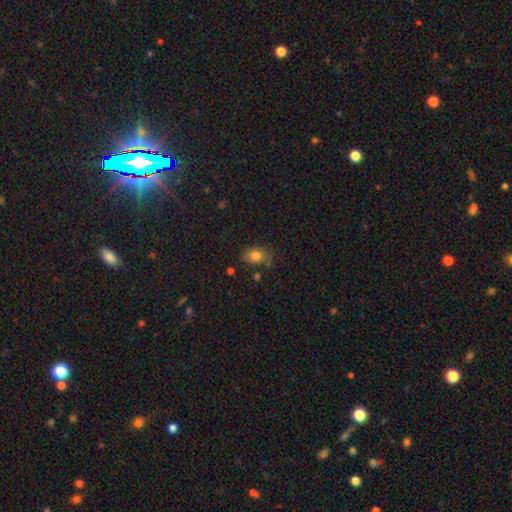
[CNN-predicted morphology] Overall: smooth (80%). How rounded: in between (72%). Merging: none (70%).